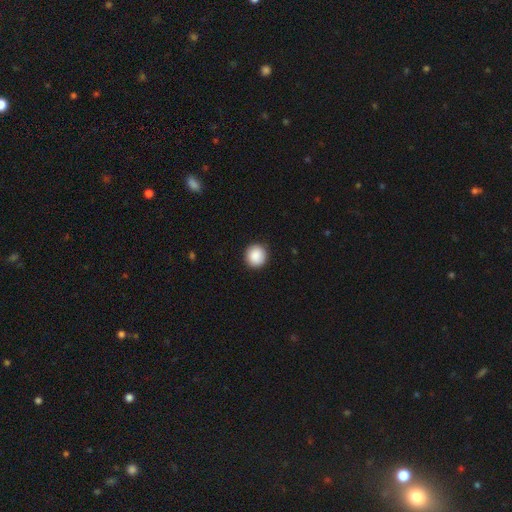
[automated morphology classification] Smooth or featured?
  - smooth: 89% *
  - star or artifact: 7%
  - featured or disk: 3%
How rounded?
  - round: 93% *
  - in between: 6%
  - cigar-shaped: 1%
Merging?
  - none: 92% *
  - minor disturbance: 6%
  - major disturbance: 2%
  - merger: 1%